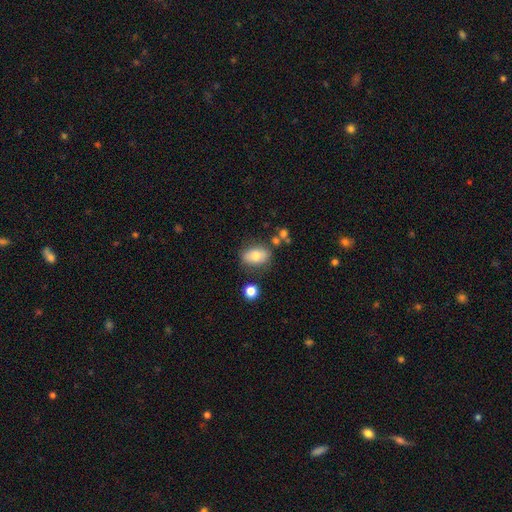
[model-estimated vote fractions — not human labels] Smooth or featured: smooth — 76% (featured or disk — 16%)
How rounded: in between — 82% (round — 16%)
Merging: none — 75% (minor disturbance — 15%)